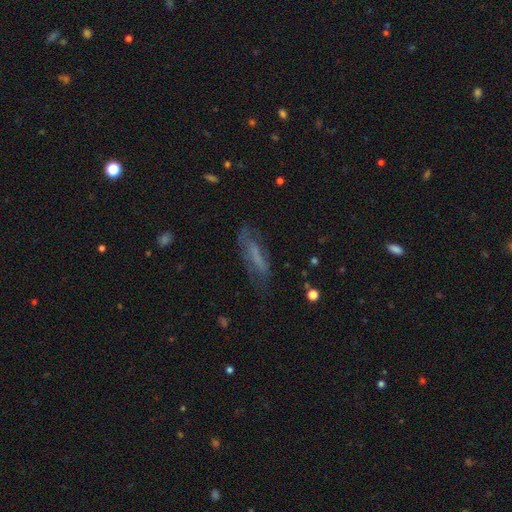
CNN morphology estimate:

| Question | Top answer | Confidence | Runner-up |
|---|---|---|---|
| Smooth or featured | featured or disk | 44% | smooth (43%) |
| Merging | none | 61% | minor disturbance (22%) |